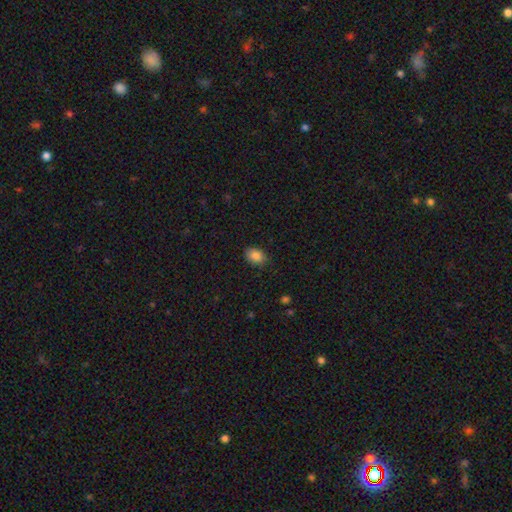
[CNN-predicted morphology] Q: Smooth or featured?
A: smooth (86%); runner-up: star or artifact (9%)
Q: How rounded?
A: in between (80%); runner-up: round (19%)
Q: Merging?
A: none (85%); runner-up: minor disturbance (12%)